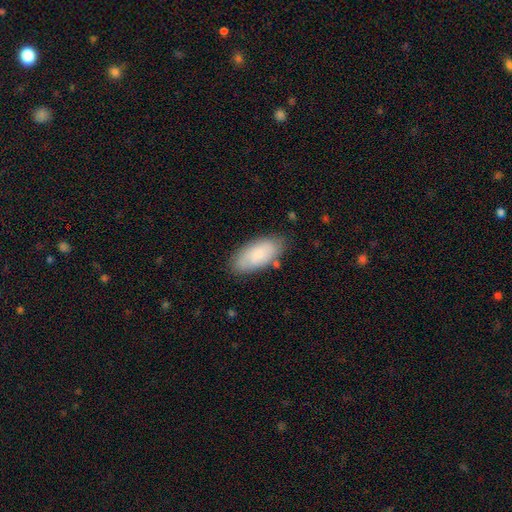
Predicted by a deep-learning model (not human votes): smooth 76%, featured or disk 18%, star or artifact 6%. Down the decision tree: how rounded — in between (90%); merging — none (79%).